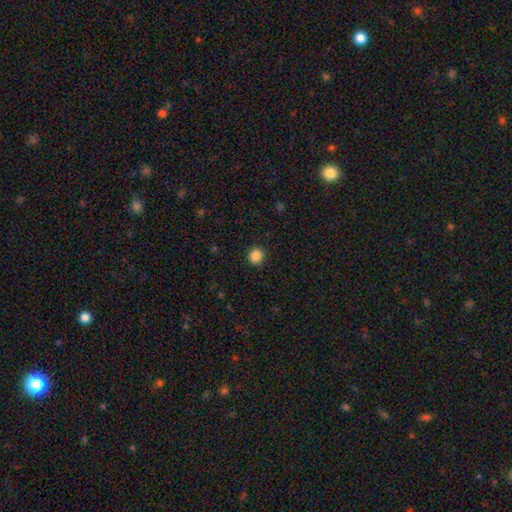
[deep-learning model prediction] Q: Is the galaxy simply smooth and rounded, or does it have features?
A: smooth — 86%.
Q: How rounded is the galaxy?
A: round — 92%.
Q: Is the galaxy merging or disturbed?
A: none — 92%.